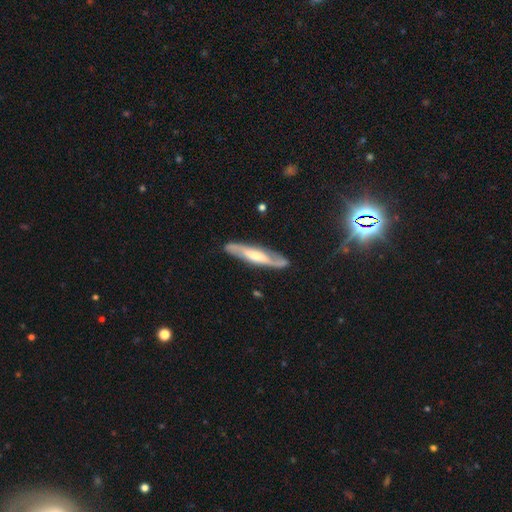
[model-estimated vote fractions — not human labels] featured or disk 67%, smooth 28%, star or artifact 5%. Down the decision tree: edge-on disk — no (52%); merging — none (83%).